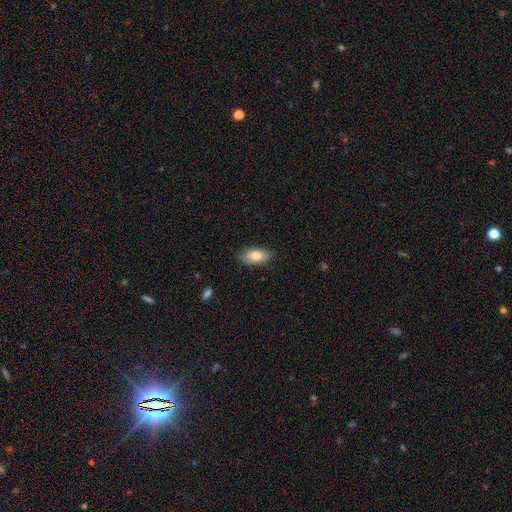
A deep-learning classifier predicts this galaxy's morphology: smooth-or-featured: smooth: 83% | featured or disk: 11% | star or artifact: 7%
  how-rounded: in between: 92% | cigar-shaped: 5% | round: 4%
  merging: none: 85% | minor disturbance: 12% | major disturbance: 2% | merger: 1%